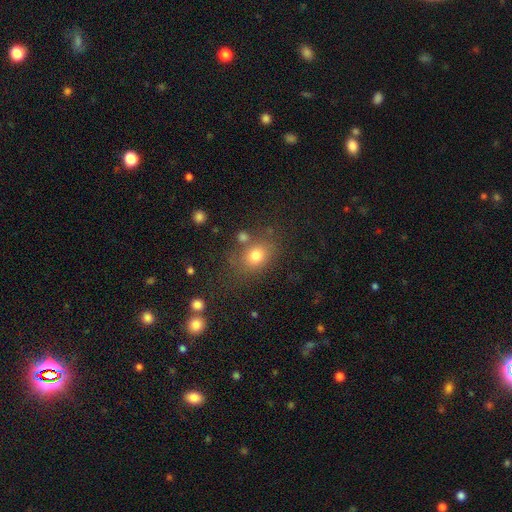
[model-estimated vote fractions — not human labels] Q: Smooth or featured?
A: smooth (76%); runner-up: star or artifact (14%)
Q: How rounded?
A: in between (52%); runner-up: round (47%)
Q: Merging?
A: none (68%); runner-up: minor disturbance (16%)